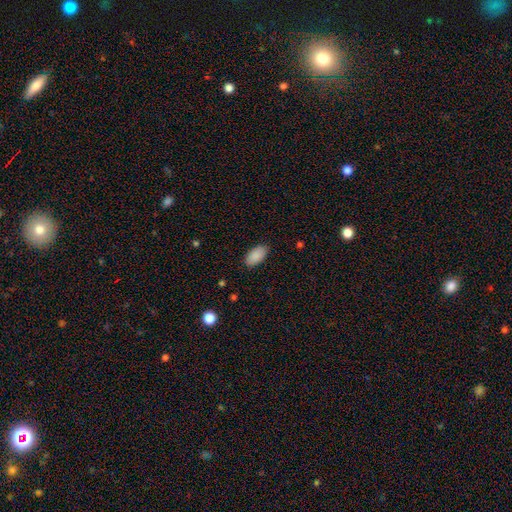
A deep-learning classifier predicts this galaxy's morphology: Overall: smooth (90%). How rounded: in between (95%). Merging: none (87%).